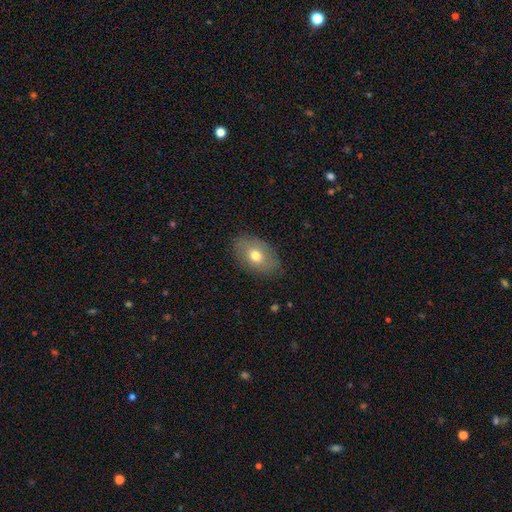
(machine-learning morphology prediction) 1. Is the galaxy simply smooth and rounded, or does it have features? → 71% smooth, 21% featured or disk, 8% star or artifact.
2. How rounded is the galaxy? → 87% in between, 11% round, 1% cigar-shaped.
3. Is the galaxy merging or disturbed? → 81% none, 15% minor disturbance, 4% major disturbance, 1% merger.